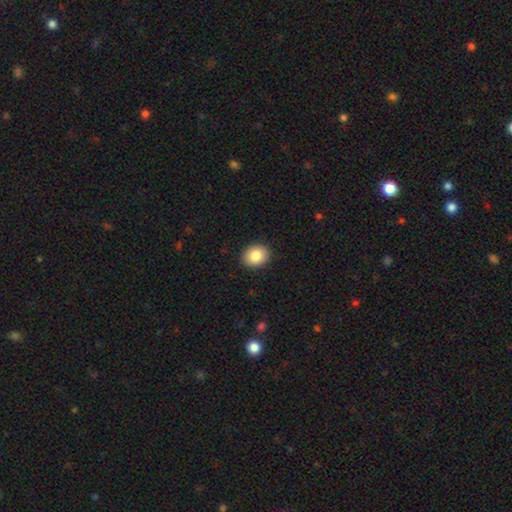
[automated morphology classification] This is clearly a smooth galaxy (85%). How rounded: likely round (64%). Merging: clearly none (91%).